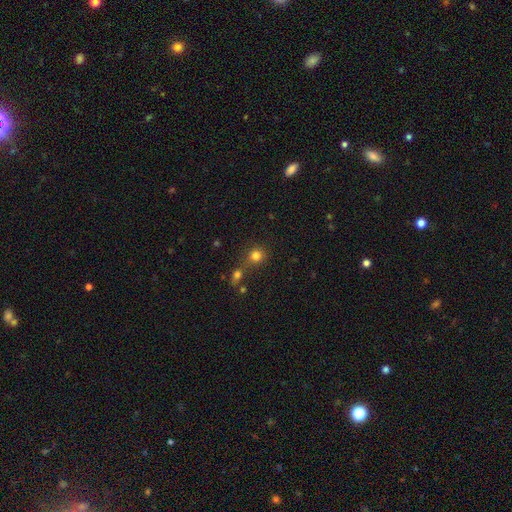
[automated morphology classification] smooth_or_featured: smooth (p=0.78) [alt: star or artifact p=0.15]
how_rounded: round (p=0.88) [alt: in between p=0.11]
merging: none (p=0.62) [alt: merger p=0.25]